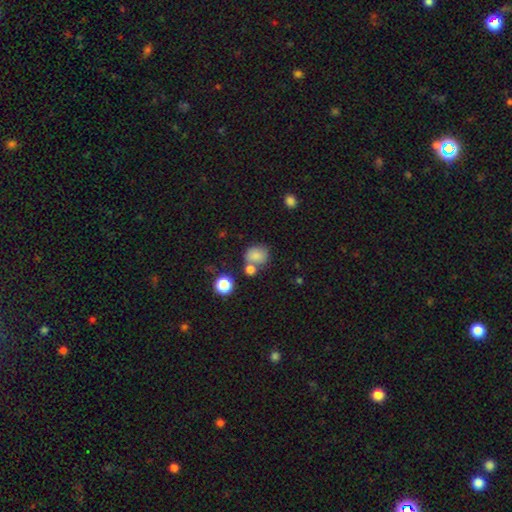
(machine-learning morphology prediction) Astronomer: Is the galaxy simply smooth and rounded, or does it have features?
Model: smooth — 80%.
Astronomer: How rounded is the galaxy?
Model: round — 71%.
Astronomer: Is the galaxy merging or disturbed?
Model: none — 54%.